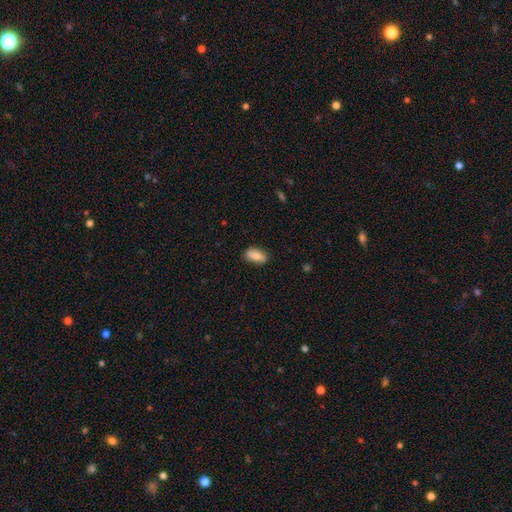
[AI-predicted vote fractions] Smooth or featured: smooth — 80% (featured or disk — 13%)
How rounded: in between — 87% (cigar-shaped — 9%)
Merging: none — 80% (minor disturbance — 15%)